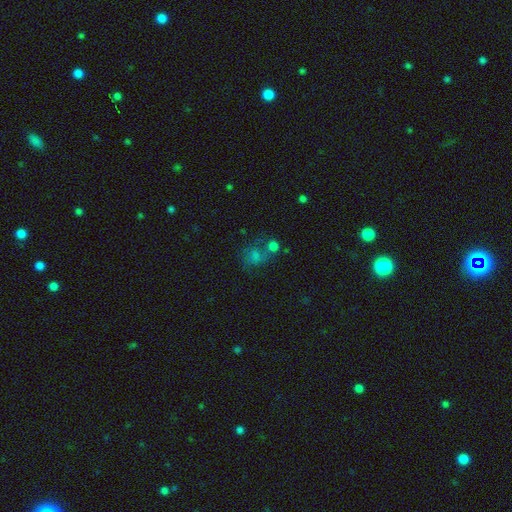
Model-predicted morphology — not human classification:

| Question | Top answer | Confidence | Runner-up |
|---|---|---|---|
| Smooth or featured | smooth | 46% | star or artifact (33%) |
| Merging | none | 49% | merger (25%) |